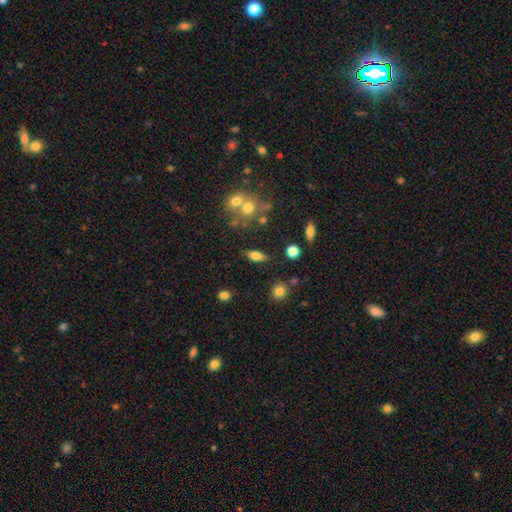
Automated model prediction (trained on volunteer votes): A smooth galaxy with no disk features (64%) that is in between round and cigar-shaped (74%). Merging: none (75%).